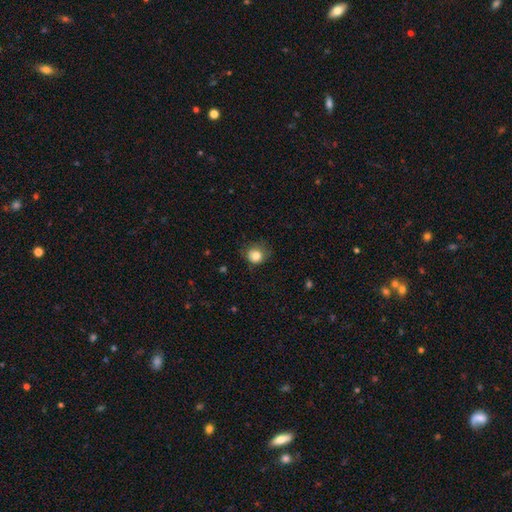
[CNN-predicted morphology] The model was most divided on "merging": none: 70%, minor disturbance: 22%, major disturbance: 7%, merger: 1%. More confident: how rounded — round (85%); smooth or featured — smooth (82%).